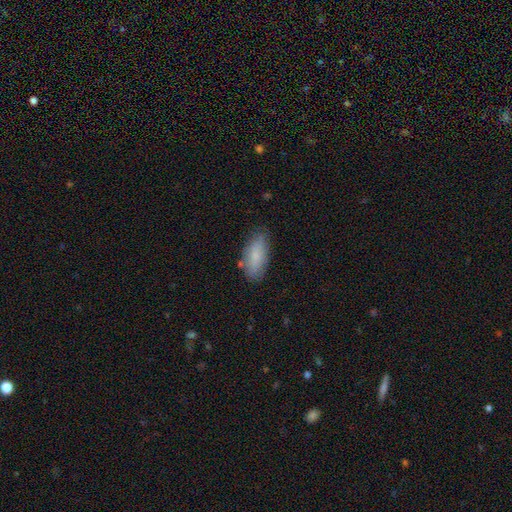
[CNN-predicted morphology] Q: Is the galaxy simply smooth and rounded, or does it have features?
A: smooth — 79%.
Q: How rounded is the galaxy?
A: in between — 83%.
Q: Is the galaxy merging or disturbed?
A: none — 76%.